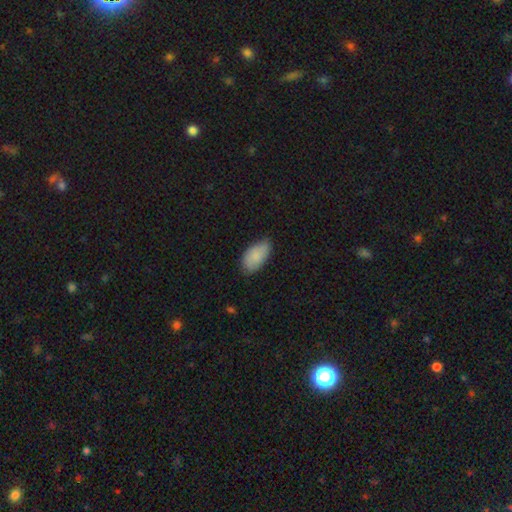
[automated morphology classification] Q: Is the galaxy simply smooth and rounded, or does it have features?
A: smooth — 84%.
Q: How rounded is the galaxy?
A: in between — 95%.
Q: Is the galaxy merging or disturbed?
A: none — 69%.